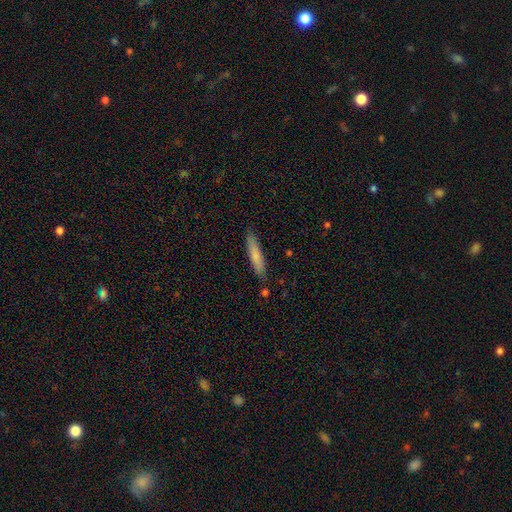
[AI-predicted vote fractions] Q: Smooth or featured?
A: smooth (76%); runner-up: featured or disk (18%)
Q: How rounded?
A: cigar-shaped (89%); runner-up: in between (10%)
Q: Merging?
A: none (86%); runner-up: minor disturbance (10%)